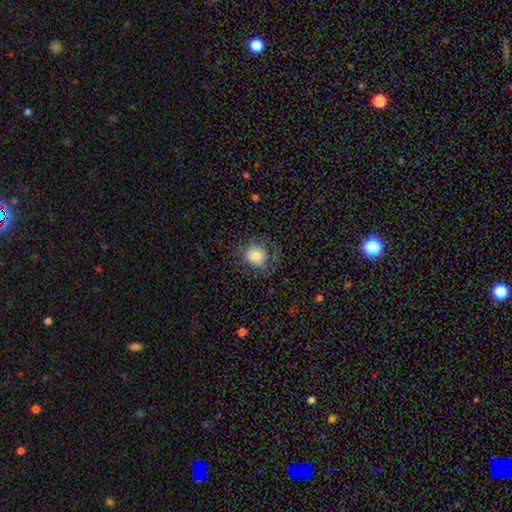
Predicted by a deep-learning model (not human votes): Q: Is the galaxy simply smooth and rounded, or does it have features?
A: smooth — 74%.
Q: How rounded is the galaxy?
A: round — 82%.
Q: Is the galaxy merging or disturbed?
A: none — 67%.